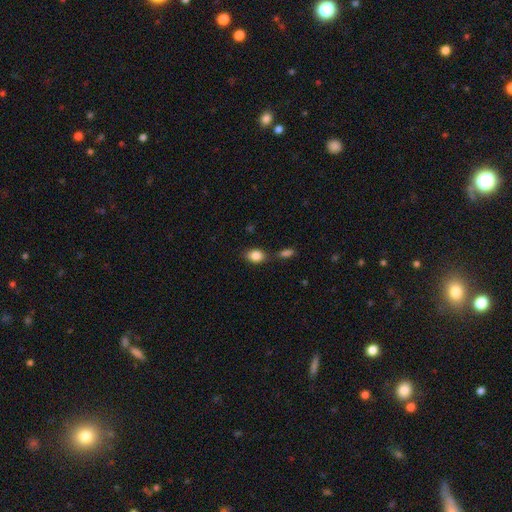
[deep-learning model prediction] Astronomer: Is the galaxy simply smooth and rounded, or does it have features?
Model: smooth — 86%.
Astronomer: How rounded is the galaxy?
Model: in between — 75%.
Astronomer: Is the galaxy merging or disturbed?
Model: none — 68%.